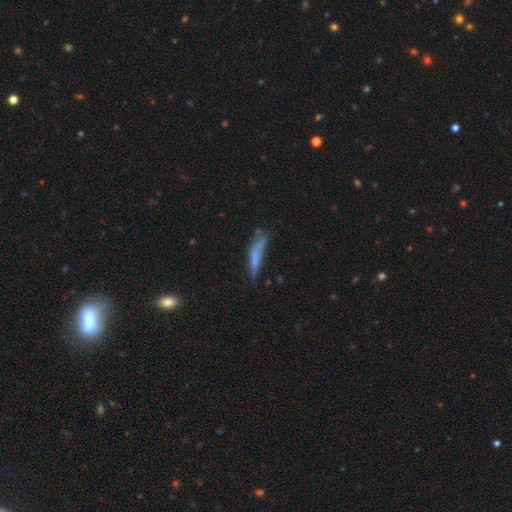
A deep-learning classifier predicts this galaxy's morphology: smooth_or_featured: smooth (p=0.58) [alt: featured or disk p=0.31]
how_rounded: cigar-shaped (p=0.87) [alt: in between p=0.11]
merging: none (p=0.53) [alt: minor disturbance p=0.24]